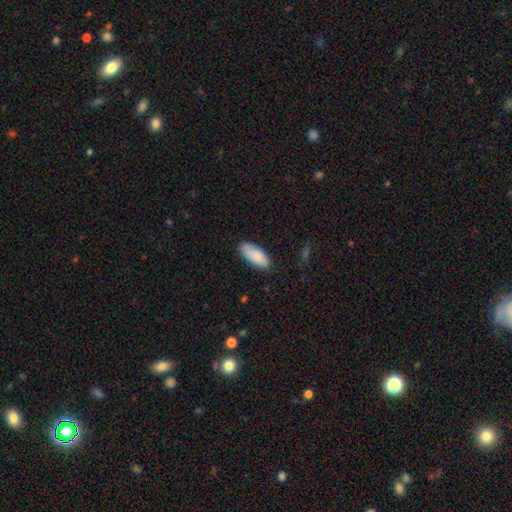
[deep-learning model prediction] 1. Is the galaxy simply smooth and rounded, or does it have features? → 87% smooth, 7% featured or disk, 6% star or artifact.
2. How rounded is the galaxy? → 85% in between, 13% cigar-shaped, 2% round.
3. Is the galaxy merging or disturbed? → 81% none, 16% minor disturbance, 3% major disturbance, 1% merger.